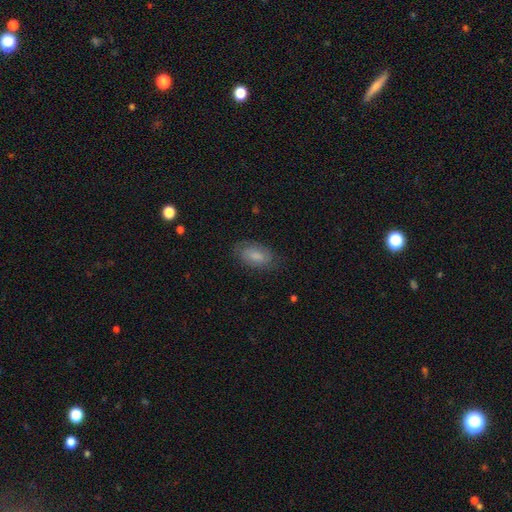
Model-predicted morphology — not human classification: smooth_or_featured: smooth (p=0.72) [alt: featured or disk p=0.21]
how_rounded: in between (p=0.91) [alt: cigar-shaped p=0.05]
merging: none (p=0.78) [alt: minor disturbance p=0.16]